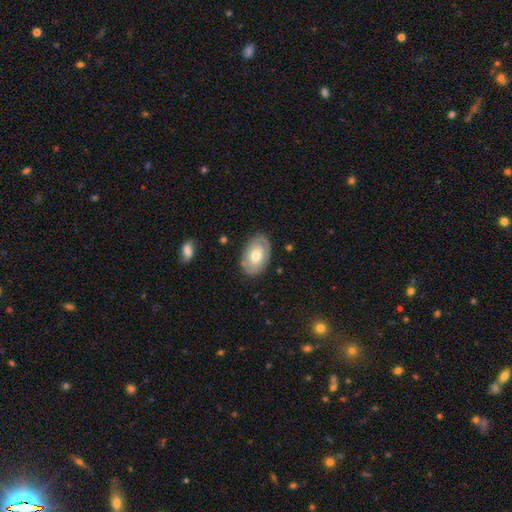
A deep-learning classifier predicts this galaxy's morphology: type=smooth (50%); merging=none (82%).